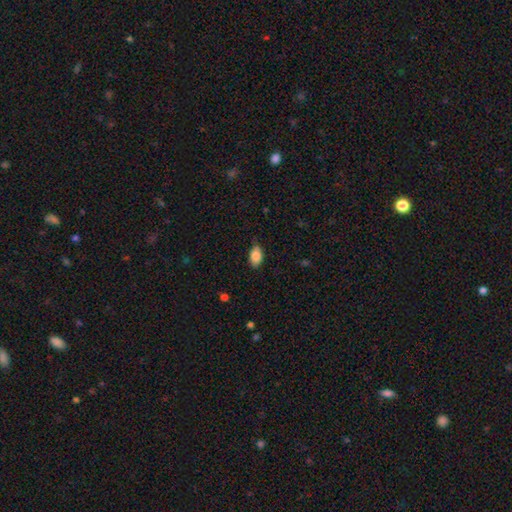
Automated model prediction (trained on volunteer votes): smooth 86%, star or artifact 7%, featured or disk 6%. Down the decision tree: how rounded — in between (92%); merging — none (76%).